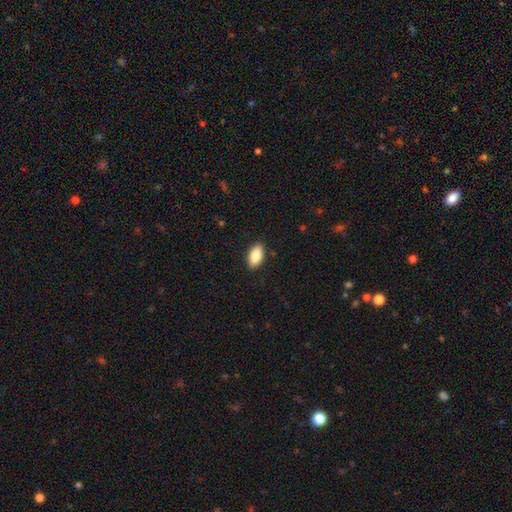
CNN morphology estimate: A smooth galaxy with no disk features (84%) that is in between round and cigar-shaped (92%). Merging: none (89%).